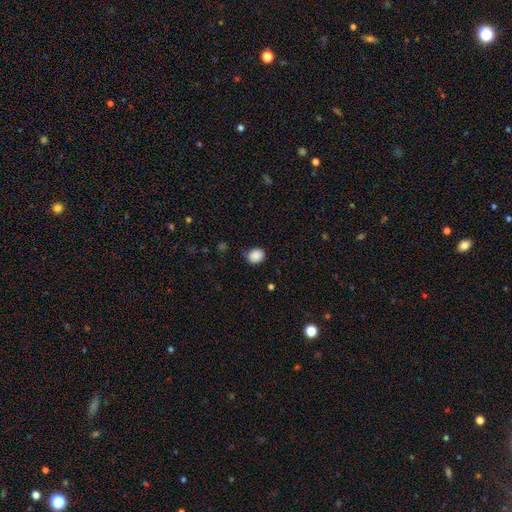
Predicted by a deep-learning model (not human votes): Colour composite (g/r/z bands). It shows a smooth galaxy with no disk features (88%) that is round (63%). Merging: none (78%).